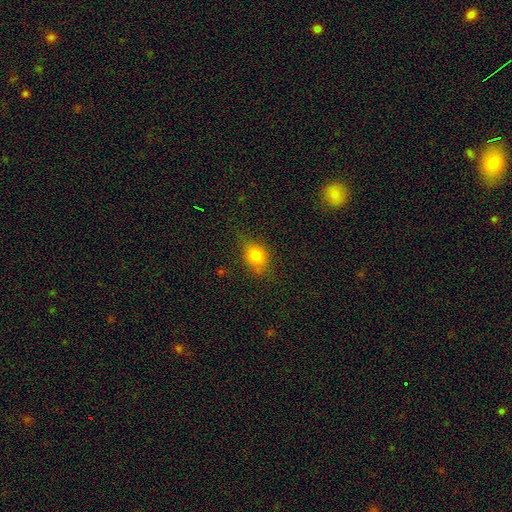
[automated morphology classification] Q: Smooth or featured?
A: smooth (78%); runner-up: star or artifact (12%)
Q: How rounded?
A: in between (50%); runner-up: round (47%)
Q: Merging?
A: none (67%); runner-up: minor disturbance (24%)